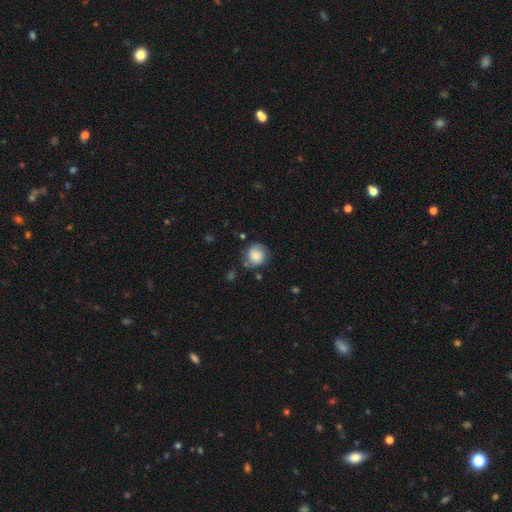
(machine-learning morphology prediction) type=smooth (61%); roundness=round (84%); merging=none (68%).